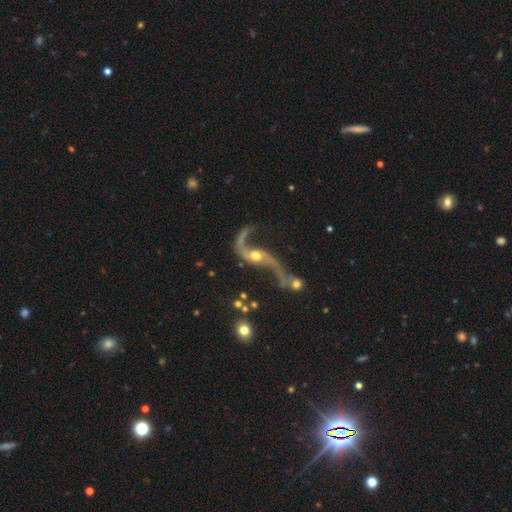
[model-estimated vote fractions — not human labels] Overall: featured or disk (89%). Edge-on disk: no (95%). Bar: no (61%; weak 27%). Spiral arms: yes (95%). Spiral arm count: 2 (93%). Spiral winding: loose (92%). Bulge size: moderate (64%; small 27%). Merging: none (48%; major disturbance 19%).